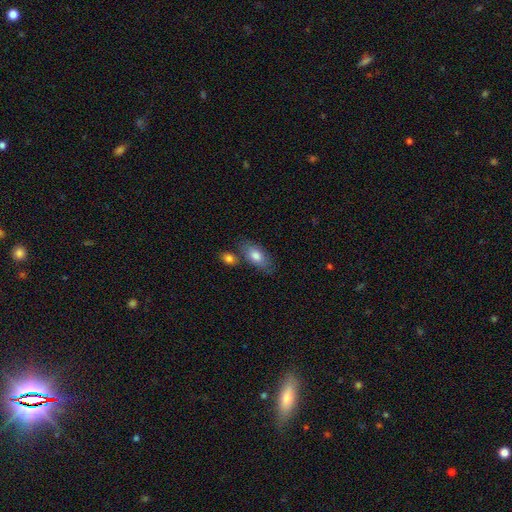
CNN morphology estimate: smooth_or_featured: smooth (p=0.78) [alt: featured or disk p=0.16]
how_rounded: in between (p=0.88) [alt: cigar-shaped p=0.08]
merging: none (p=0.64) [alt: merger p=0.16]